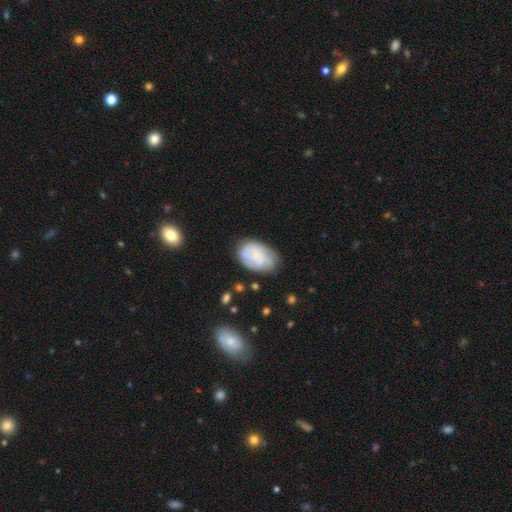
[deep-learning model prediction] Smooth or featured: smooth — 50% (featured or disk — 42%)
Merging: none — 65% (minor disturbance — 24%)